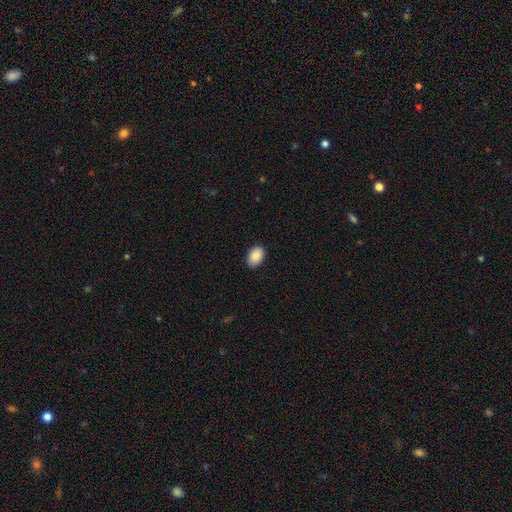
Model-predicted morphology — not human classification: type=smooth (89%); roundness=in between (87%); merging=none (89%).